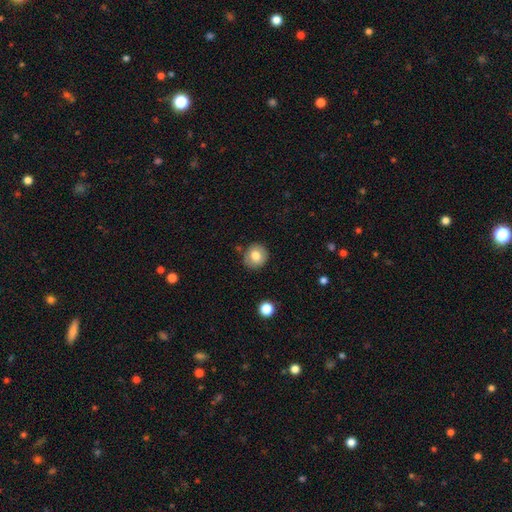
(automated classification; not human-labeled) A smooth galaxy with no disk features (78%) that is round (87%). Merging: none (84%).